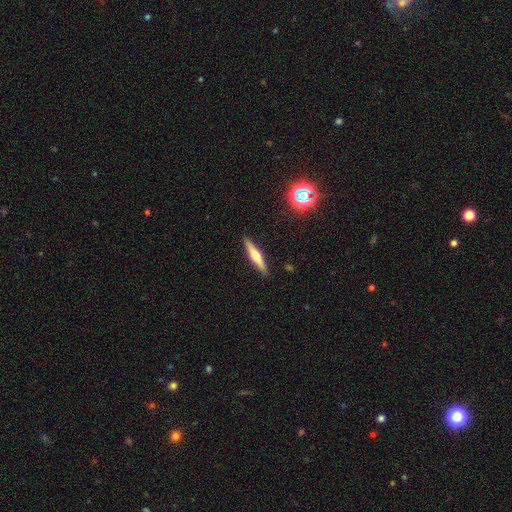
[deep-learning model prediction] A featured or disk galaxy (55%) viewed edge-on (97%) with a rounded central bulge (82%).

Vote fractions:
- Smooth or featured? featured or disk: 55% / smooth: 38% / star or artifact: 7%
- Edge-on disk? yes: 97% / no: 3%
- Edge-on bulge? rounded: 82% / boxy: 10% / none: 8%
- Merging? none: 90% / minor disturbance: 7% / major disturbance: 1% / merger: 1%